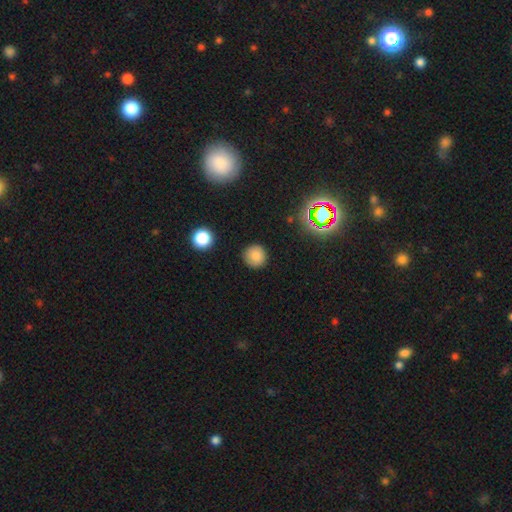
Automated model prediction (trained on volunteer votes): Overall: smooth (81%). How rounded: round (94%). Merging: none (89%).